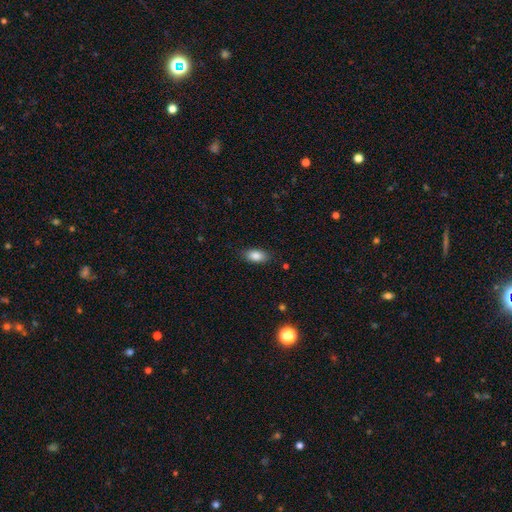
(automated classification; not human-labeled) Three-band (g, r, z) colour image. It shows a smooth galaxy with no disk features (85%) that is in between round and cigar-shaped (90%). Merging: none (85%).